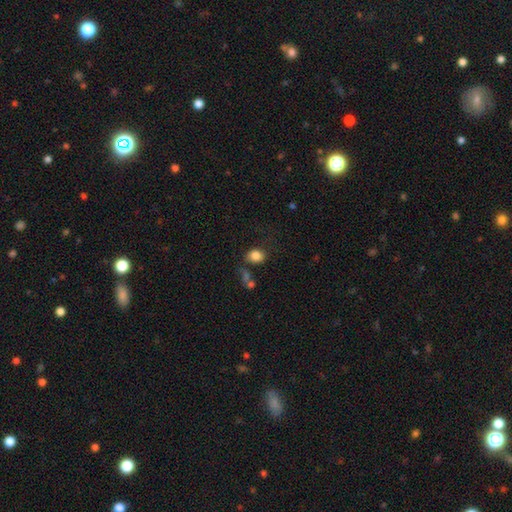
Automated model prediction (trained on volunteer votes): Smooth or featured? smooth (83%)
How rounded? in between (52%)
Merging? none (61%)